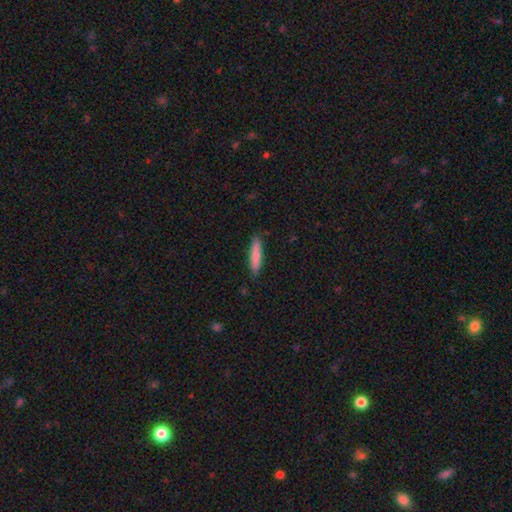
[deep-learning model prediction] This appears to be a smooth galaxy with no disk features (83%) that is cigar-shaped (86%). Merging: none (87%).